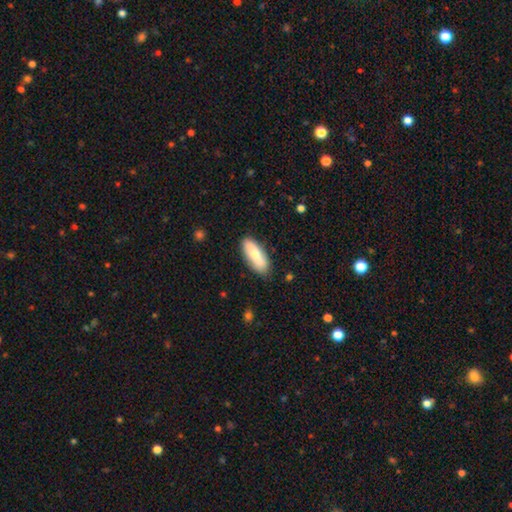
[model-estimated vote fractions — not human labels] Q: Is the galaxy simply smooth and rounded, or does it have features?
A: smooth — 74%.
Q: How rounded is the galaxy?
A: in between — 73%.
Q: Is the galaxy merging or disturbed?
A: none — 83%.